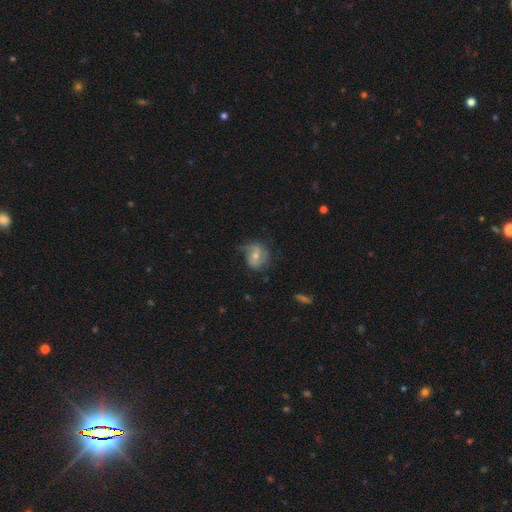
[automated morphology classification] Smooth or featured? Predicted: featured or disk (p=0.50). Edge-on disk? Predicted: no (p=0.96). Merging? Predicted: none (p=0.51).